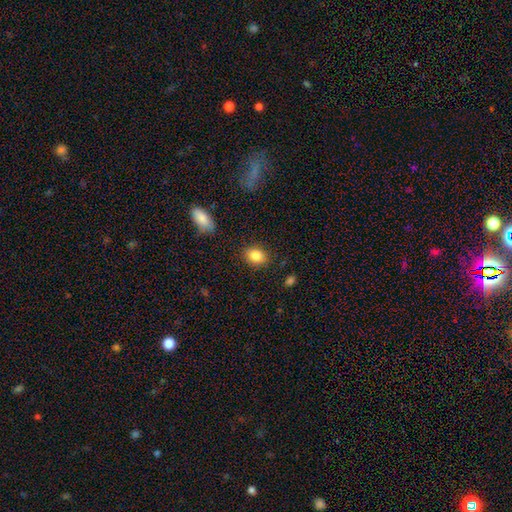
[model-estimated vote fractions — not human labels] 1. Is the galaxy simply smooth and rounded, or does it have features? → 86% smooth, 8% star or artifact, 5% featured or disk.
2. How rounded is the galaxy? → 64% in between, 35% round, 1% cigar-shaped.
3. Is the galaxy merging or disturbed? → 86% none, 10% minor disturbance, 3% major disturbance, 2% merger.